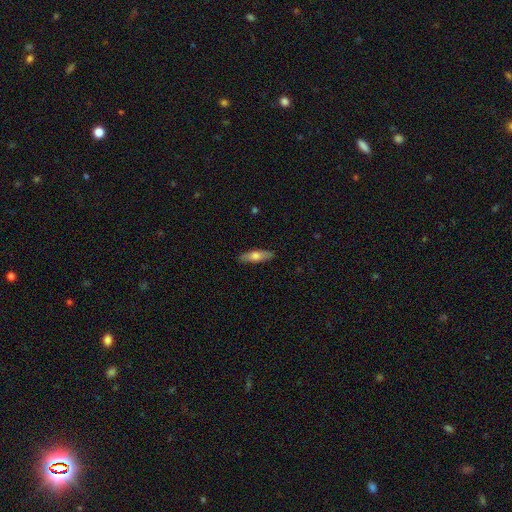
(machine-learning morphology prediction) Q: Smooth or featured?
A: smooth (66%); runner-up: featured or disk (29%)
Q: How rounded?
A: cigar-shaped (53%); runner-up: in between (45%)
Q: Merging?
A: none (88%); runner-up: minor disturbance (9%)